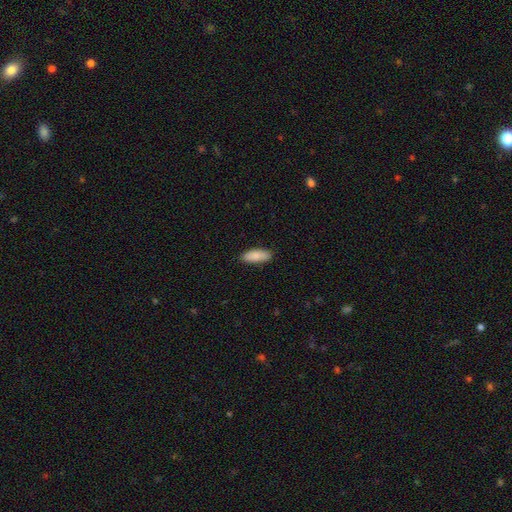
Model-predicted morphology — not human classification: type=smooth (84%); roundness=in between (76%); merging=none (85%).